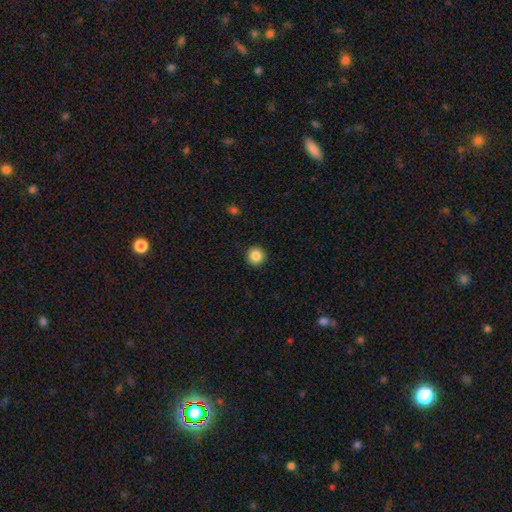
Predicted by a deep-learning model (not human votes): A smooth galaxy with no disk features (85%) that is round (95%). Merging: none (93%).